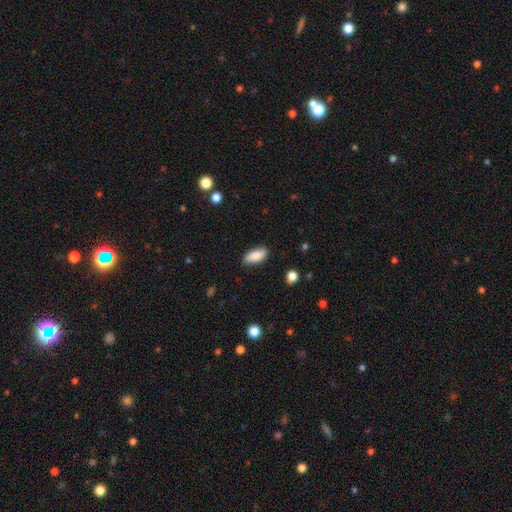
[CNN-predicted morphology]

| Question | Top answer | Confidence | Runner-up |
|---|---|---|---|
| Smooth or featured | smooth | 86% | featured or disk (8%) |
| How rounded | in between | 86% | cigar-shaped (12%) |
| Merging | none | 85% | minor disturbance (11%) |